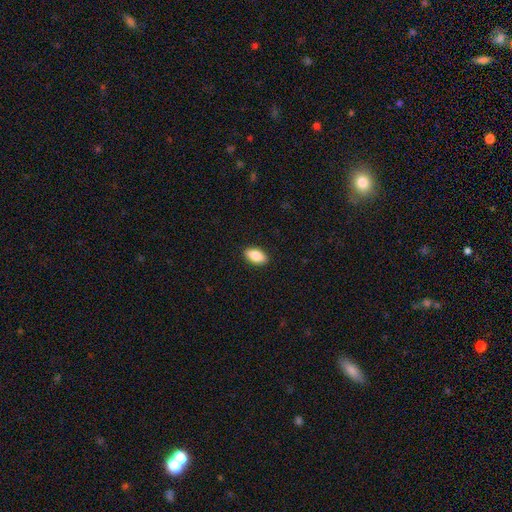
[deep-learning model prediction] smooth_or_featured: smooth (p=0.85) [alt: featured or disk p=0.08]
how_rounded: in between (p=0.92) [alt: cigar-shaped p=0.04]
merging: none (p=0.90) [alt: minor disturbance p=0.07]